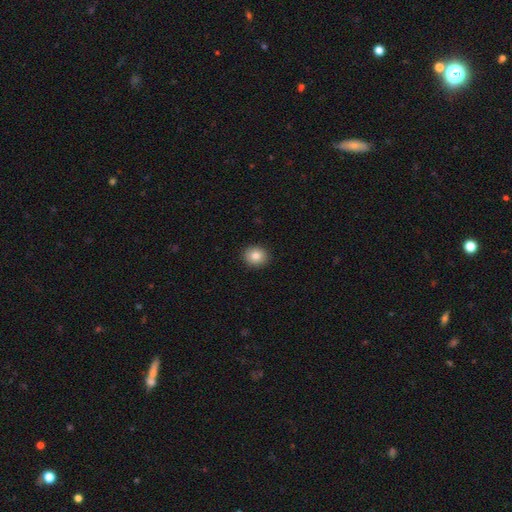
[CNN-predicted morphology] Smooth or featured: smooth — 83% (star or artifact — 9%)
How rounded: round — 80% (in between — 20%)
Merging: none — 92% (minor disturbance — 5%)